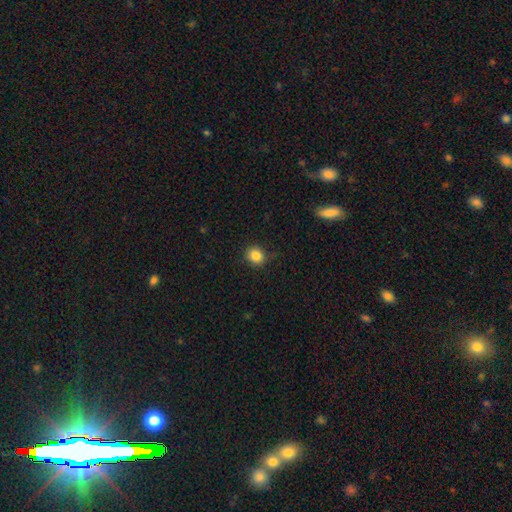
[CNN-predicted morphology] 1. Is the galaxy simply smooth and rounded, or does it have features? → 85% smooth, 11% star or artifact, 5% featured or disk.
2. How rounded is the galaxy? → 81% round, 19% in between, 1% cigar-shaped.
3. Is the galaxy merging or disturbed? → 82% none, 14% minor disturbance, 3% major disturbance, 1% merger.